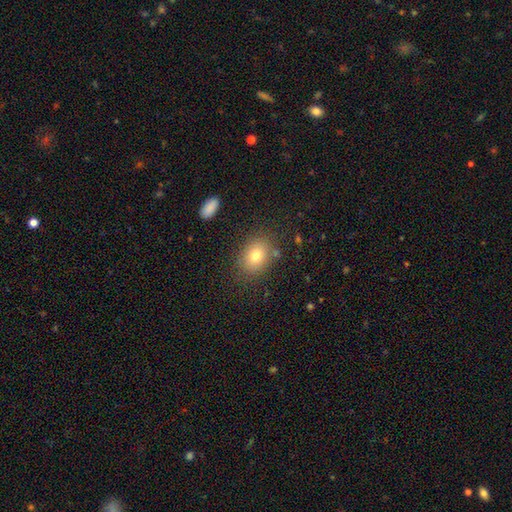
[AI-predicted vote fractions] Overall: smooth (78%). How rounded: in between (60%; round 39%). Merging: none (81%).